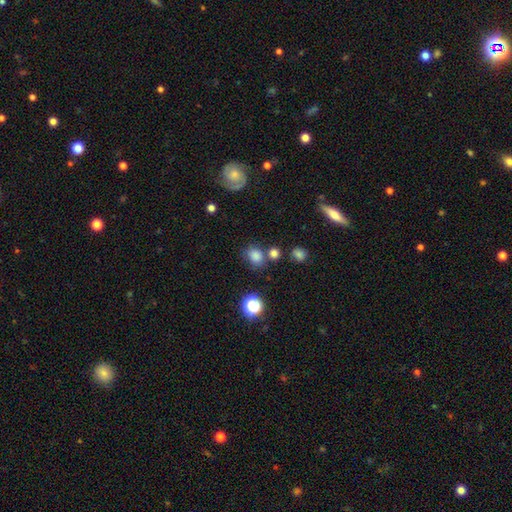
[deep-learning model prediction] The model was most divided on "how rounded": round: 61%, in between: 38%, cigar-shaped: 1%. More confident: smooth or featured — smooth (78%); merging — none (65%).